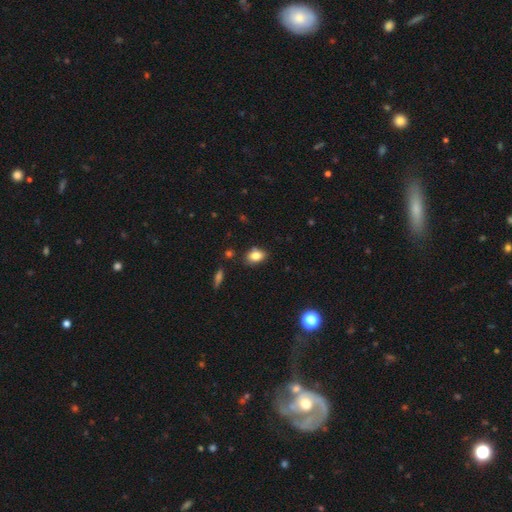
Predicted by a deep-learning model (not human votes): Smooth or featured? Predicted: smooth (p=0.81). How rounded? Predicted: in between (p=0.77). Merging? Predicted: none (p=0.75).